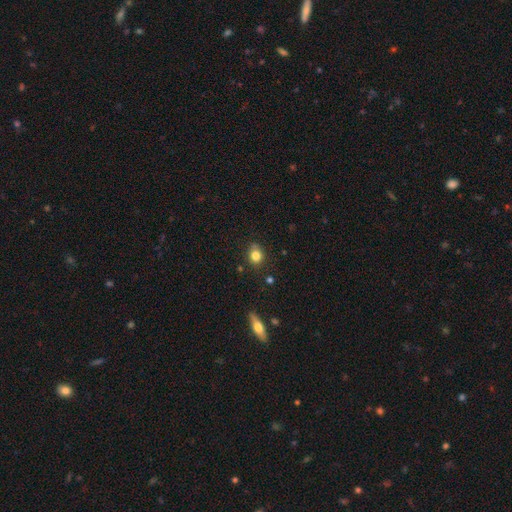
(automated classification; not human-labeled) Morphology: type=smooth (81%); roundness=round (75%); merging=none (75%).